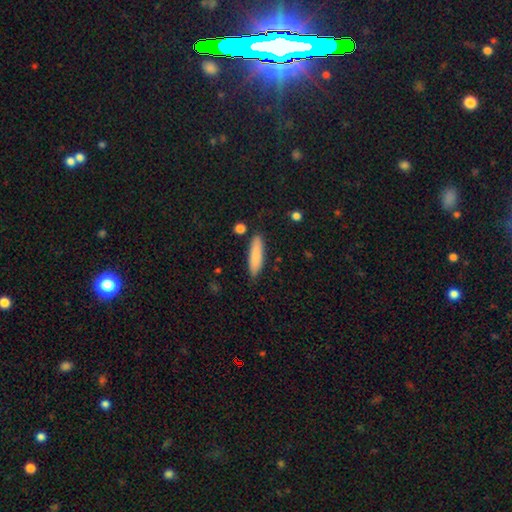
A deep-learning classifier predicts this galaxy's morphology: Smooth or featured? smooth (83%)
How rounded? cigar-shaped (67%)
Merging? none (84%)